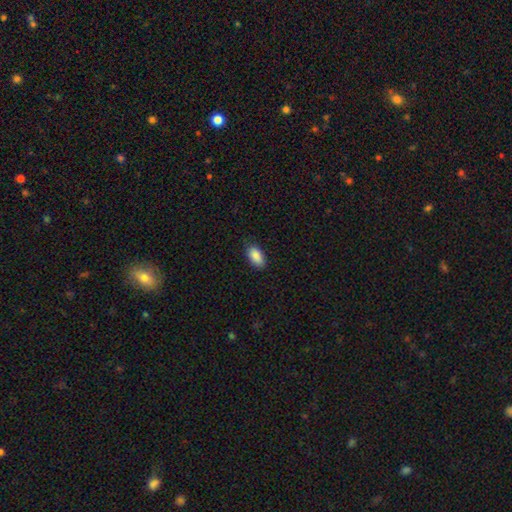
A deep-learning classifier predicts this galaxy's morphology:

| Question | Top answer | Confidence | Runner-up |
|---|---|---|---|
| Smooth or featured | smooth | 90% | star or artifact (7%) |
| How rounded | in between | 93% | cigar-shaped (4%) |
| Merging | none | 85% | minor disturbance (12%) |